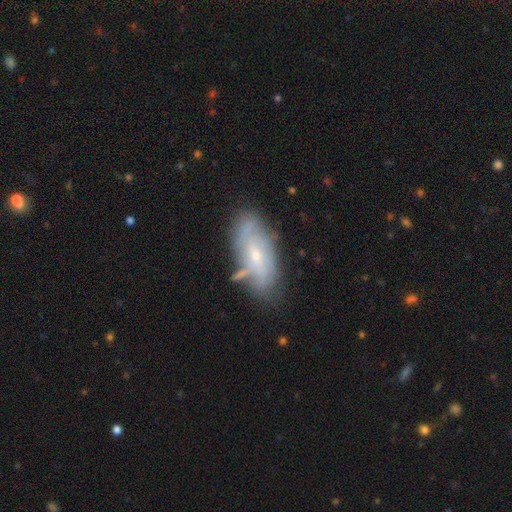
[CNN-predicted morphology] featured or disk 65%, smooth 28%, star or artifact 7%. Down the decision tree: edge-on disk — no (86%); bar — no (58%); spiral arms — yes (76%); bulge size — small (65%); merging — none (64%).